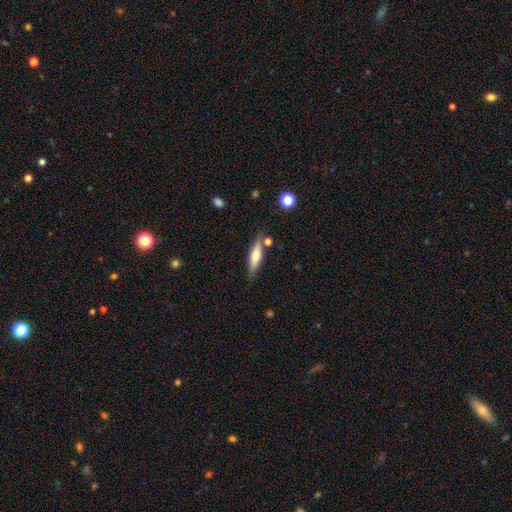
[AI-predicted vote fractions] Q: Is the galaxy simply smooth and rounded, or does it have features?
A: smooth — 60%.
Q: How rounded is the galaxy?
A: cigar-shaped — 66%.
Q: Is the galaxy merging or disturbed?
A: none — 76%.